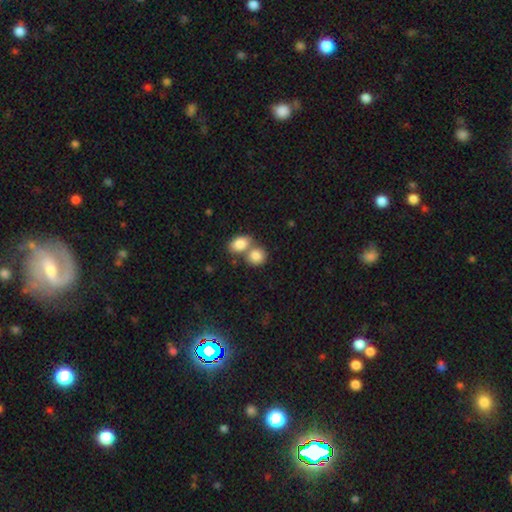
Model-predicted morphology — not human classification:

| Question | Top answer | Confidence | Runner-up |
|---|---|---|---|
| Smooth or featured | smooth | 84% | star or artifact (8%) |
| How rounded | round | 62% | in between (37%) |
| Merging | merger | 53% | none (36%) |